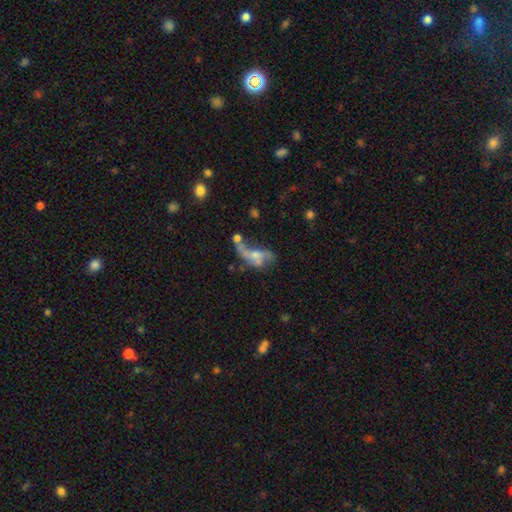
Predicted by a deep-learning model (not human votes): Smooth or featured: featured or disk — 60% (smooth — 28%)
Edge-on disk: no — 94% (yes — 6%)
Bar: no — 69% (weak — 25%)
Spiral arms: yes — 56% (no — 44%)
Bulge size: small — 40% (moderate — 31%)
Merging: major disturbance — 31% (merger — 26%)